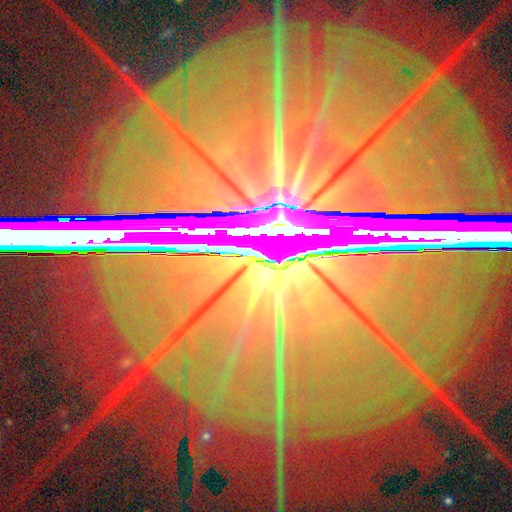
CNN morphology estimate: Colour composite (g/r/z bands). It shows a star or artifact, not a galaxy (85%).